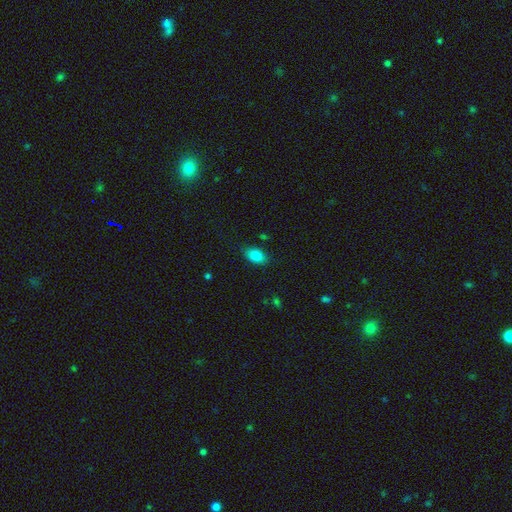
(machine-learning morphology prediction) type=smooth (83%); roundness=in between (88%); merging=none (85%).